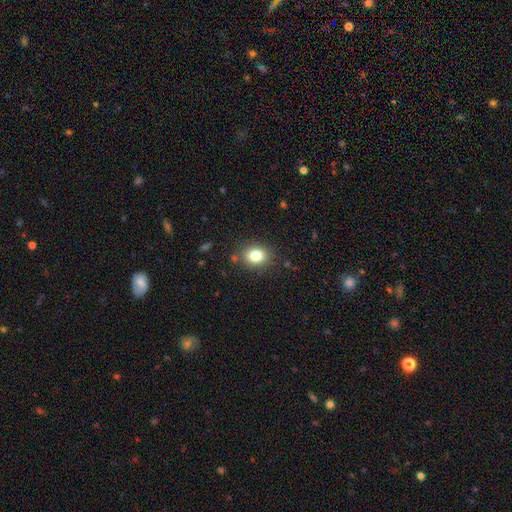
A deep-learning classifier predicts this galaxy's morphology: Q: Smooth or featured?
A: smooth (81%); runner-up: star or artifact (11%)
Q: How rounded?
A: round (53%); runner-up: in between (46%)
Q: Merging?
A: none (85%); runner-up: minor disturbance (10%)